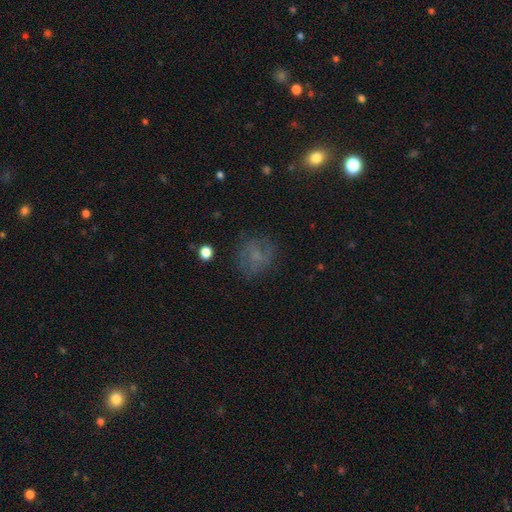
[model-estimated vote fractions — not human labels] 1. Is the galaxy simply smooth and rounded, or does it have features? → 49% smooth, 33% featured or disk, 18% star or artifact.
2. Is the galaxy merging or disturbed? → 68% none, 18% minor disturbance, 13% major disturbance, 2% merger.